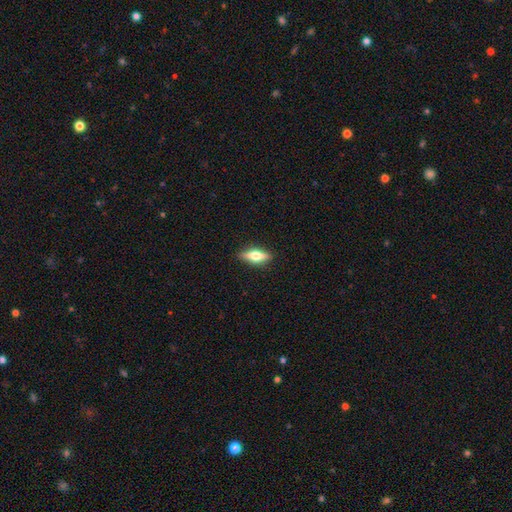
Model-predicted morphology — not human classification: A featured or disk galaxy (50%).

Vote fractions:
- Smooth or featured? featured or disk: 50% / smooth: 44% / star or artifact: 7%
- Merging? none: 88% / minor disturbance: 9% / major disturbance: 2% / merger: 1%